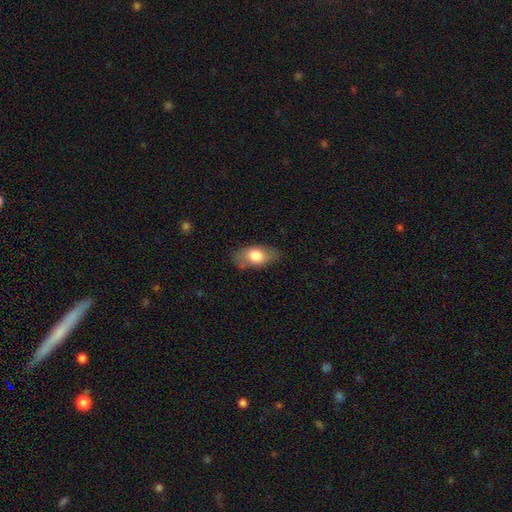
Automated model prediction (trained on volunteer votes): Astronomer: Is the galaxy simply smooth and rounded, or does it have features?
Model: smooth — 72%.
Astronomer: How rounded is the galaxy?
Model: in between — 89%.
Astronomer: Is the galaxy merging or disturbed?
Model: none — 73%.